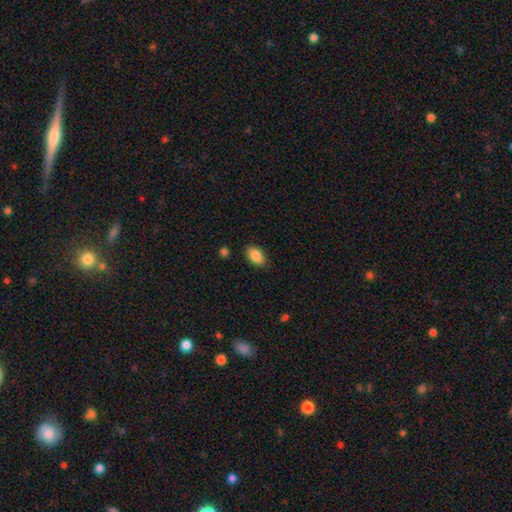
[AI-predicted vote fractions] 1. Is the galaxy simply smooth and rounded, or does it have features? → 87% smooth, 8% star or artifact, 6% featured or disk.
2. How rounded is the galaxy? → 91% in between, 7% round, 2% cigar-shaped.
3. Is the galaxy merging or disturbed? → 86% none, 10% minor disturbance, 2% major disturbance, 2% merger.